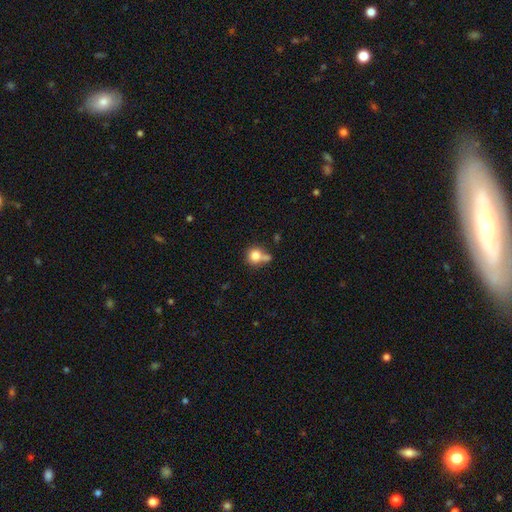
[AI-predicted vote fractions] Smooth or featured?
  - smooth: 80% *
  - featured or disk: 10%
  - star or artifact: 10%
How rounded?
  - round: 84% *
  - in between: 15%
  - cigar-shaped: 1%
Merging?
  - none: 46% *
  - merger: 31%
  - minor disturbance: 16%
  - major disturbance: 7%